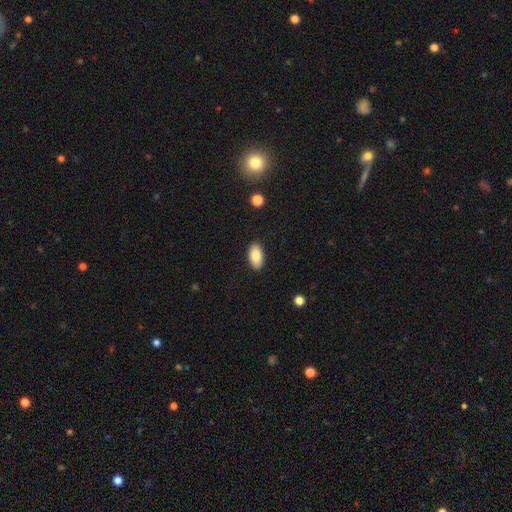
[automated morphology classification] Smooth or featured? Predicted: smooth (p=0.84). How rounded? Predicted: in between (p=0.94). Merging? Predicted: none (p=0.88).